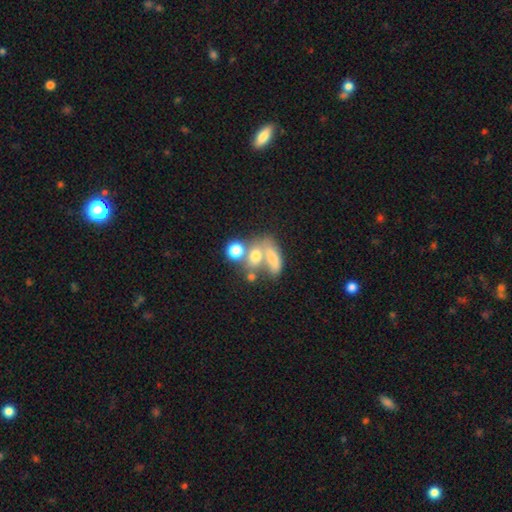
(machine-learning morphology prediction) smooth-or-featured: smooth: 64% | featured or disk: 21% | star or artifact: 15%
  how-rounded: in between: 56% | round: 38% | cigar-shaped: 6%
  merging: merger: 49% | none: 32% | minor disturbance: 10% | major disturbance: 9%